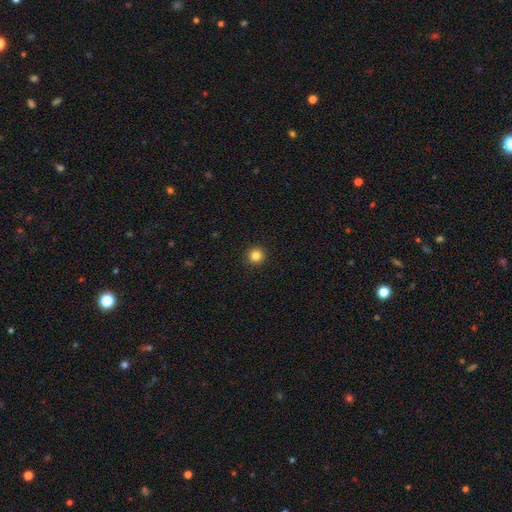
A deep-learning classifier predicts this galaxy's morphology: A smooth galaxy with no disk features (84%) that is round (95%). Merging: none (93%).